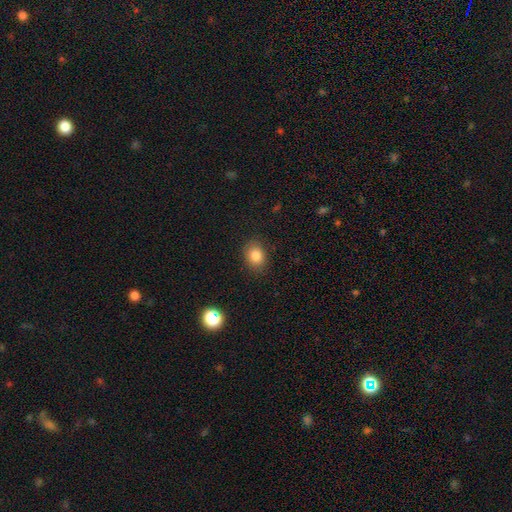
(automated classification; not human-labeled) A smooth galaxy with no disk features (83%) that is in between round and cigar-shaped (59%). Merging: none (85%).